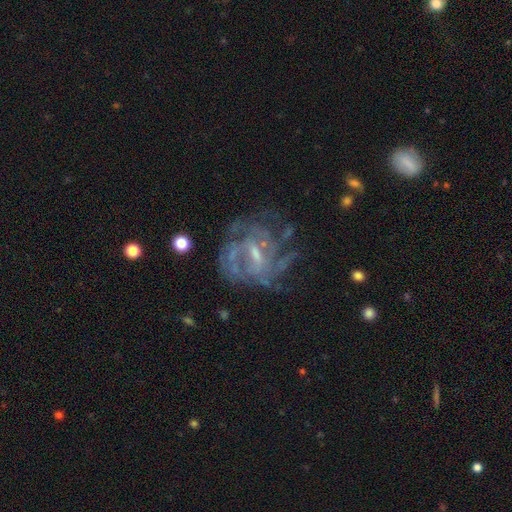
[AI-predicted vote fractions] Overall: featured or disk (80%). Edge-on disk: no (97%). Bar: weak (54%; no 28%). Spiral arms: yes (76%). Spiral arm count: can't tell (49%; 3 15%). Spiral winding: tight (44%; medium 39%). Bulge size: small (49%; moderate 33%). Merging: none (54%; major disturbance 23%).